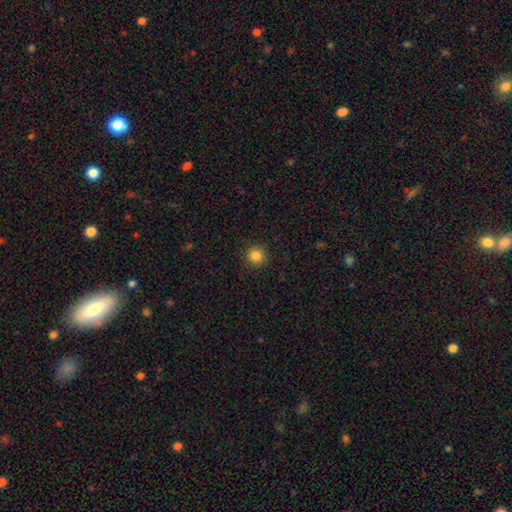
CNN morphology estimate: Smooth or featured? smooth (84%)
How rounded? round (94%)
Merging? none (91%)